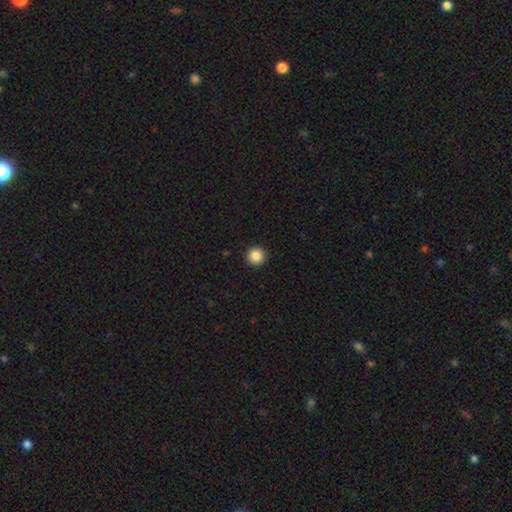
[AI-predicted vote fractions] This is clearly a smooth galaxy (86%). How rounded: clearly round (96%). Merging: clearly none (93%).